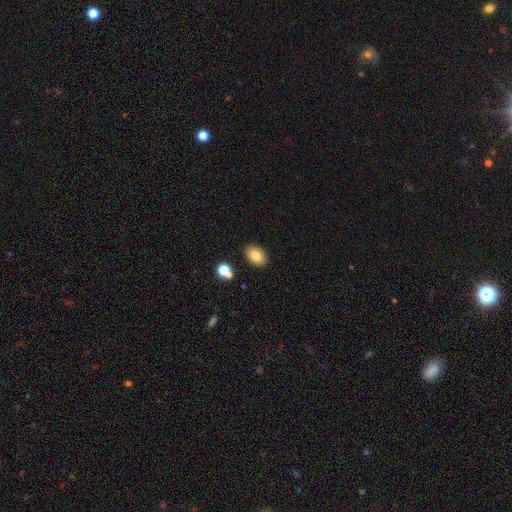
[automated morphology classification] This is clearly a smooth galaxy (80%). How rounded: clearly in between (85%). Merging: clearly none (87%).